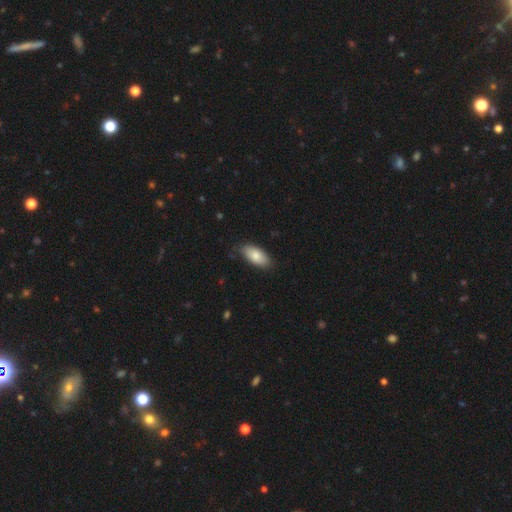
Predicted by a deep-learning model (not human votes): Overall: smooth (82%). How rounded: in between (90%). Merging: none (82%).